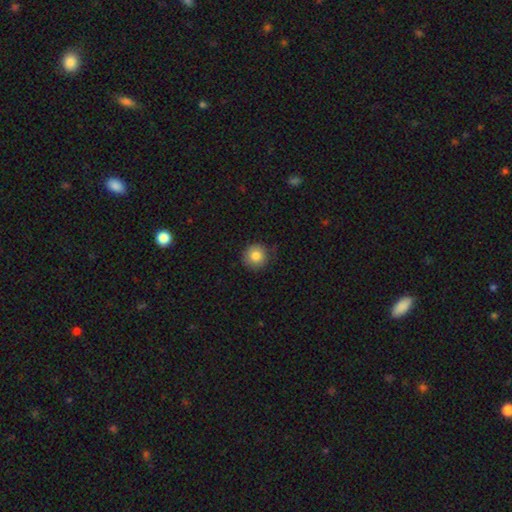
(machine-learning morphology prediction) Smooth or featured?
  - smooth: 84% *
  - star or artifact: 9%
  - featured or disk: 7%
How rounded?
  - round: 94% *
  - in between: 5%
  - cigar-shaped: 1%
Merging?
  - none: 84% *
  - minor disturbance: 12%
  - major disturbance: 3%
  - merger: 1%